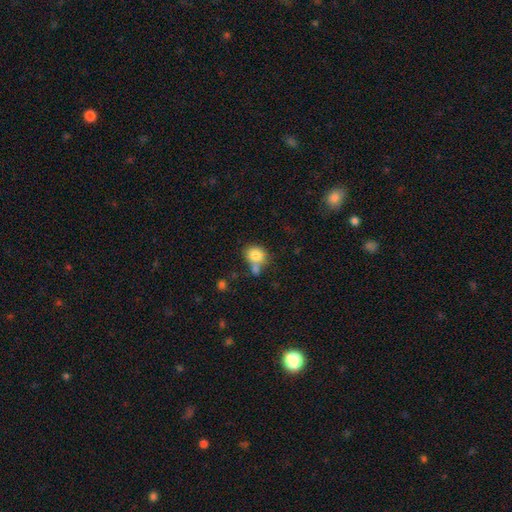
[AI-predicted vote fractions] Q: Smooth or featured?
A: smooth (81%); runner-up: featured or disk (10%)
Q: How rounded?
A: round (62%); runner-up: in between (37%)
Q: Merging?
A: none (48%); runner-up: merger (32%)